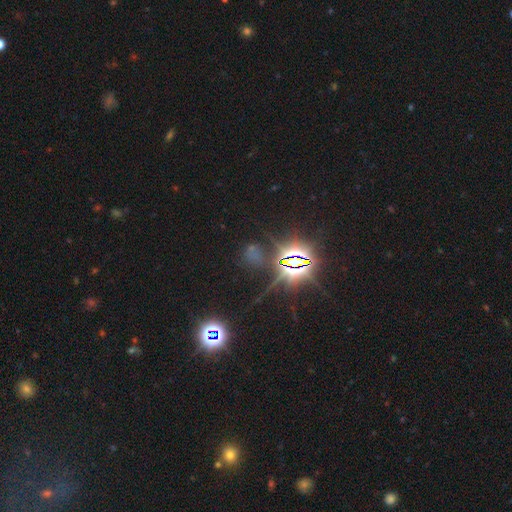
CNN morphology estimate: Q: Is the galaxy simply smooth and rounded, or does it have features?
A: star or artifact — 78%.